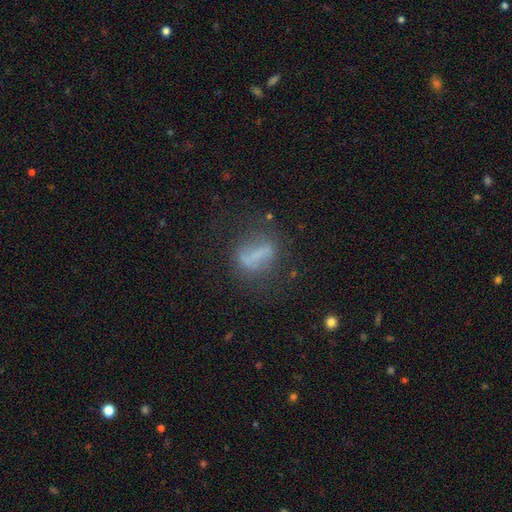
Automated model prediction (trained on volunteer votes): smooth_or_featured: smooth (p=0.43) [tied with: featured or disk p=0.43]
merging: none (p=0.56) [alt: minor disturbance p=0.20]